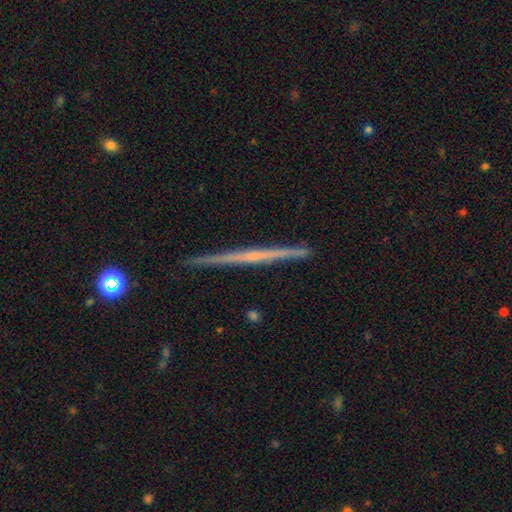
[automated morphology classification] Smooth or featured? Predicted: featured or disk (p=0.71). Edge-on disk? Predicted: yes (p=0.98). Edge-on bulge? Predicted: none (p=0.68). Merging? Predicted: none (p=0.92).